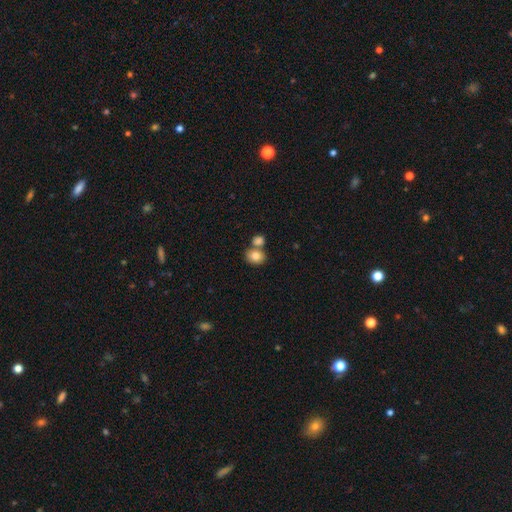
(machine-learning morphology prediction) This is clearly a smooth galaxy (82%). How rounded: possibly round (55%). Merging: possibly none (52%).